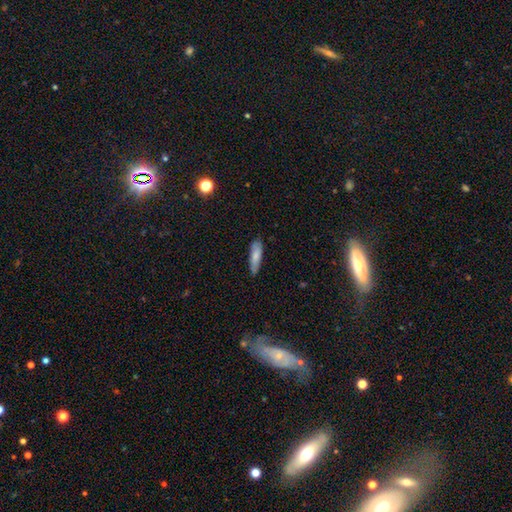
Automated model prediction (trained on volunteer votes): A smooth galaxy with no disk features (80%) that is cigar-shaped (62%).

Vote fractions:
- Smooth or featured? smooth: 80% / featured or disk: 14% / star or artifact: 6%
- How rounded? cigar-shaped: 62% / in between: 36% / round: 2%
- Merging? none: 79% / minor disturbance: 17% / major disturbance: 3% / merger: 1%